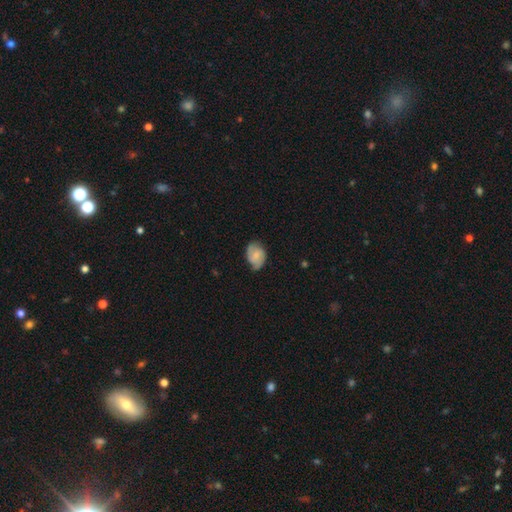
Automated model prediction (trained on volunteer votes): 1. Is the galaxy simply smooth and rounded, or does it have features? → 49% smooth, 44% featured or disk, 7% star or artifact.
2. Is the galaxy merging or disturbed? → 65% none, 28% minor disturbance, 6% major disturbance, 1% merger.